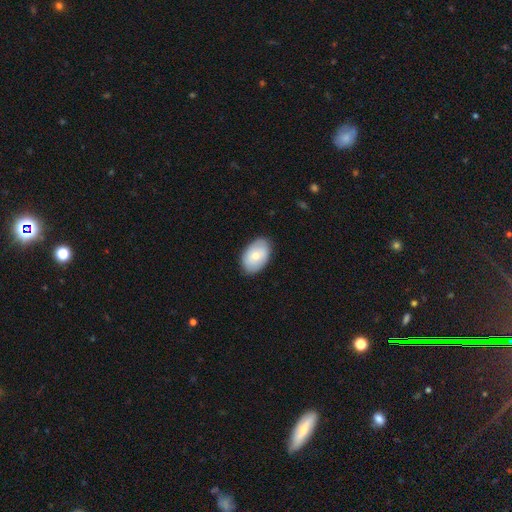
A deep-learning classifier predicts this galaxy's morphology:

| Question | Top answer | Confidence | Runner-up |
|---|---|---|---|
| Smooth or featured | smooth | 69% | featured or disk (24%) |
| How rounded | in between | 89% | round (10%) |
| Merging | none | 85% | minor disturbance (11%) |